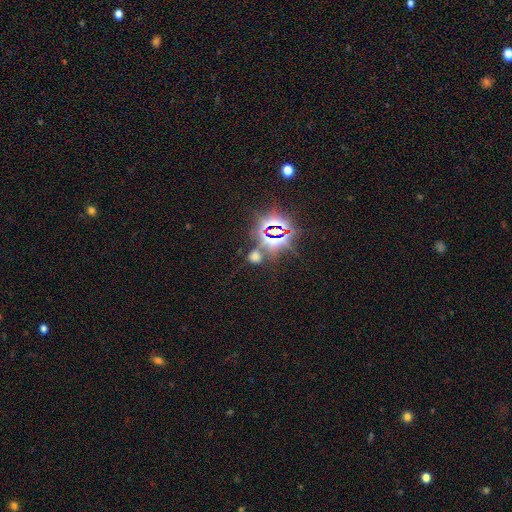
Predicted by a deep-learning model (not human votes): Morphology: type=star or artifact (69%).